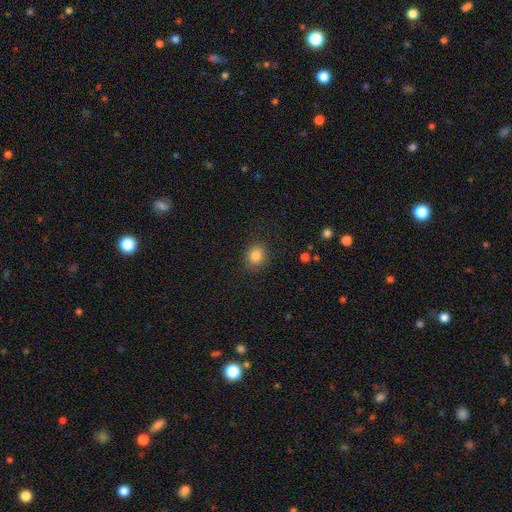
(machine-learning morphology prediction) A smooth galaxy with no disk features (84%) that is round (75%). Merging: none (88%).